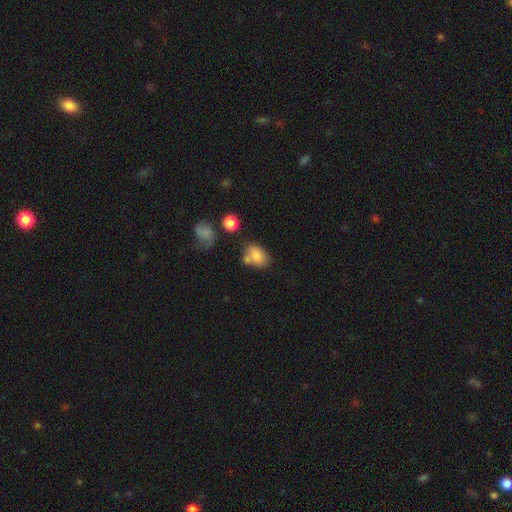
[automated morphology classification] The model was most divided on "merging": none: 54%, merger: 20%, minor disturbance: 19%, major disturbance: 6%. More confident: how rounded — in between (82%); smooth or featured — smooth (81%).